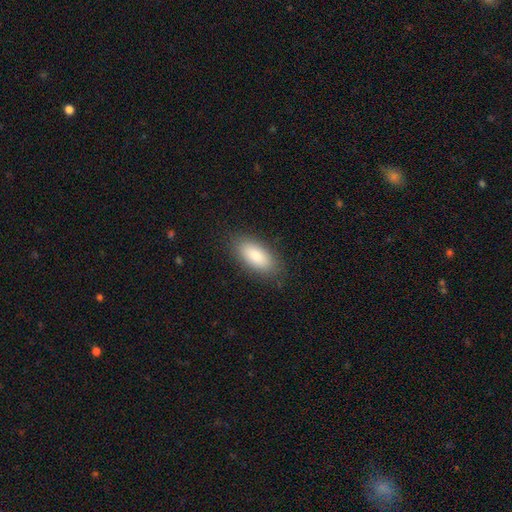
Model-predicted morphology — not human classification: This appears to be a smooth galaxy with no disk features (86%) that is in between round and cigar-shaped (88%). Merging: none (85%).